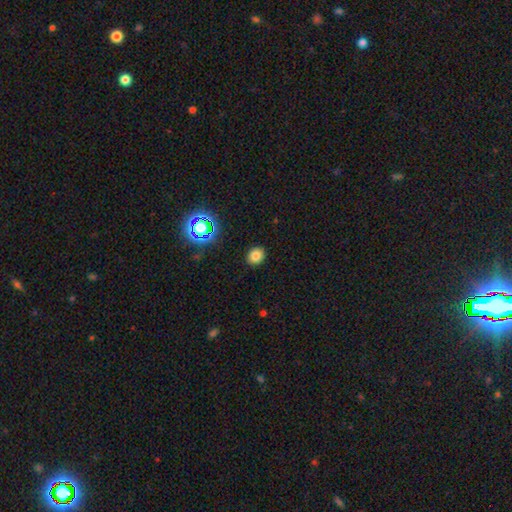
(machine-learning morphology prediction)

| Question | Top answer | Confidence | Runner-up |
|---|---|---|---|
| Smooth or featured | smooth | 80% | star or artifact (15%) |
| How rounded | round | 63% | in between (36%) |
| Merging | none | 90% | minor disturbance (7%) |